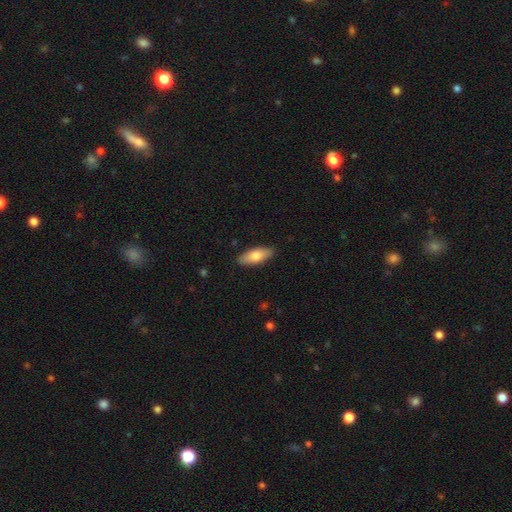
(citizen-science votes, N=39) smooth-or-featured: smooth: 77% | featured or disk: 13% | star or artifact: 10%
  how-rounded: in between: 77% | cigar-shaped: 23% | round: 0%
  merging: none: 91% | minor disturbance: 6% | merger: 3% | major disturbance: 0%